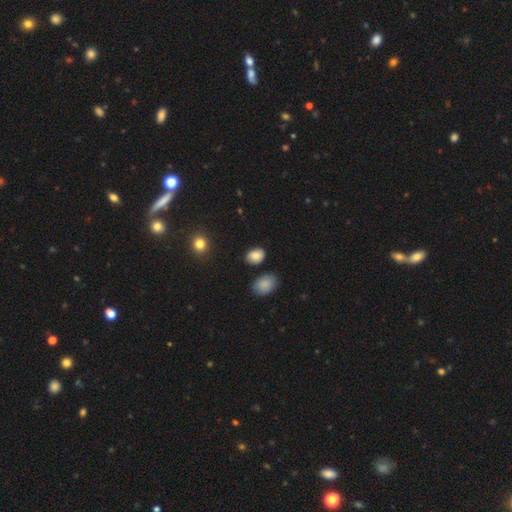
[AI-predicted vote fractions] Smooth or featured: smooth — 84% (star or artifact — 9%)
How rounded: in between — 79% (round — 20%)
Merging: none — 81% (minor disturbance — 13%)